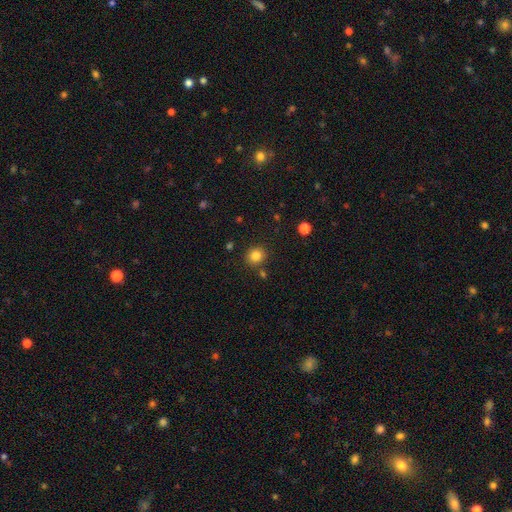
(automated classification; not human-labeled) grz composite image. It shows a smooth galaxy with no disk features (83%) that is round (85%). Merging: none (84%).